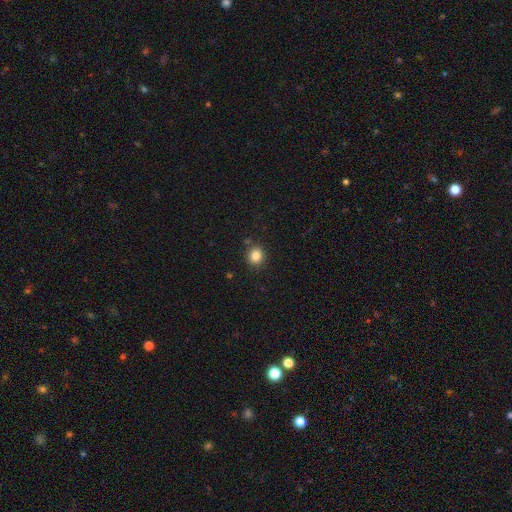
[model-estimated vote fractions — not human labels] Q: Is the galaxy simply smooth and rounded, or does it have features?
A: smooth — 84%.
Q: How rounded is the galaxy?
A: round — 85%.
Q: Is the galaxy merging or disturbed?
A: none — 86%.